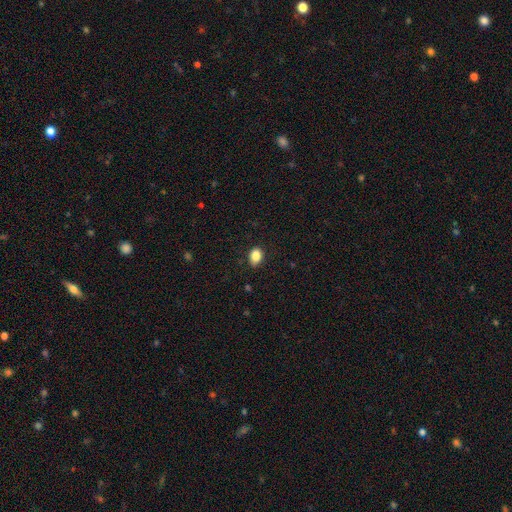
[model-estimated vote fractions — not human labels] smooth-or-featured: smooth: 85% | star or artifact: 9% | featured or disk: 5%
  how-rounded: in between: 71% | round: 28% | cigar-shaped: 1%
  merging: none: 83% | minor disturbance: 13% | major disturbance: 3% | merger: 1%